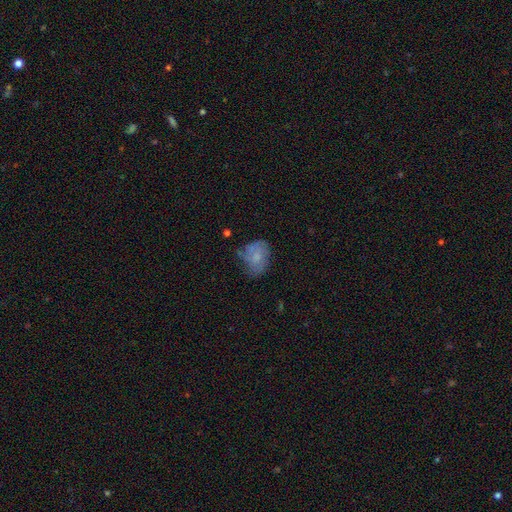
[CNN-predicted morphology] Smooth or featured? Predicted: smooth (p=0.60). How rounded? Predicted: in between (p=0.60). Merging? Predicted: none (p=0.47).